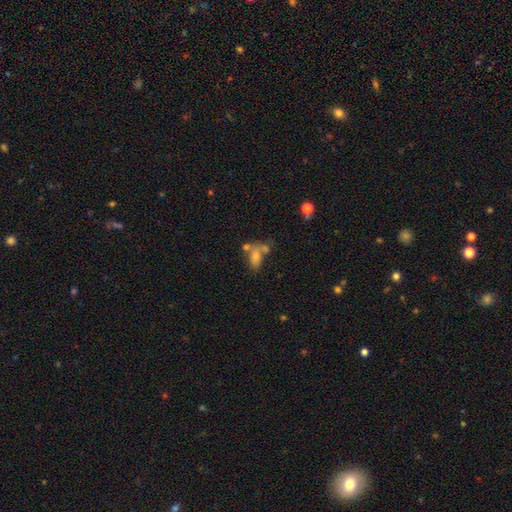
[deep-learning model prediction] smooth 69%, featured or disk 19%, star or artifact 12%. Down the decision tree: how rounded — in between (85%); merging — merger (41%).